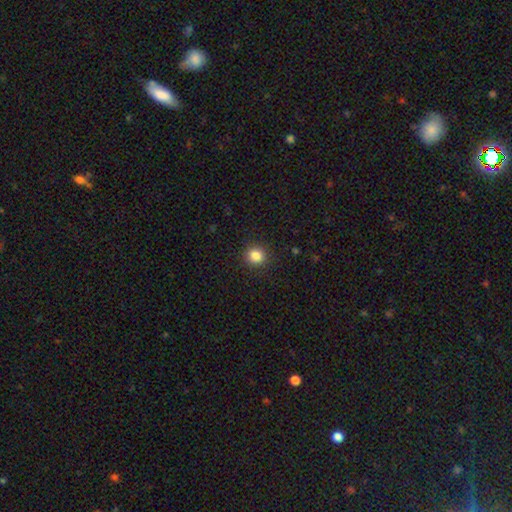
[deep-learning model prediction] A smooth galaxy with no disk features (85%) that is round (88%). Merging: none (91%).